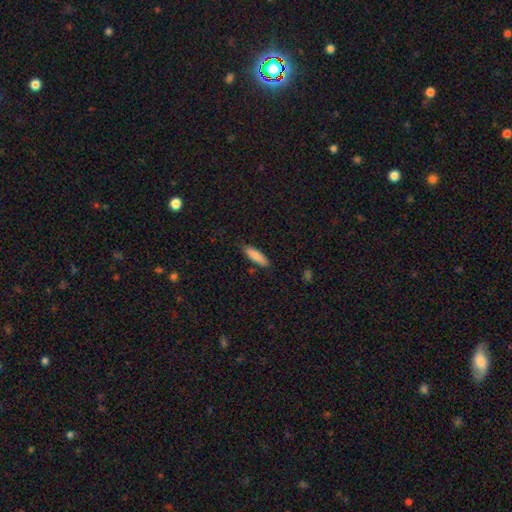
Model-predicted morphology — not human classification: This appears to be a smooth galaxy with no disk features (86%) that is cigar-shaped (63%). Merging: none (86%).